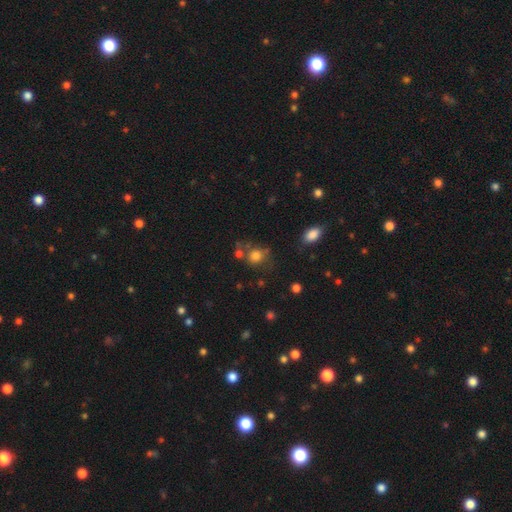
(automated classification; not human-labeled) smooth 75%, star or artifact 13%, featured or disk 11%. Down the decision tree: how rounded — round (77%); merging — none (57%).